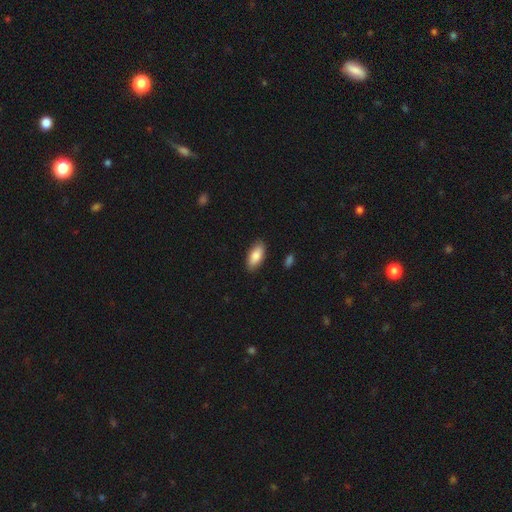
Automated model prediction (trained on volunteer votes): A smooth galaxy with no disk features (86%) that is in between round and cigar-shaped (89%). Merging: none (87%).